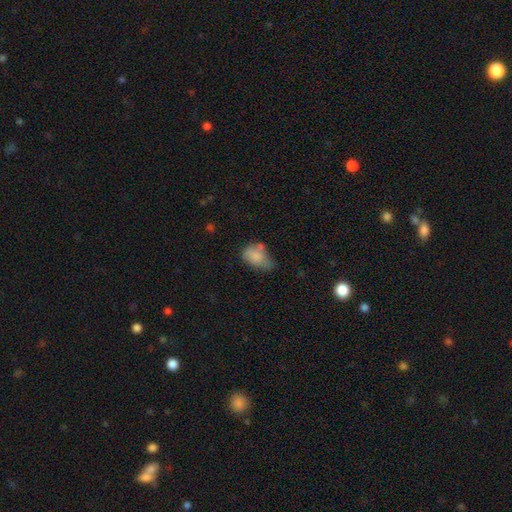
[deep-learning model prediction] The model was most divided on "merging": minor disturbance: 35%, none: 33%, merger: 17%, major disturbance: 16%. More confident: how rounded — in between (81%); smooth or featured — smooth (77%).